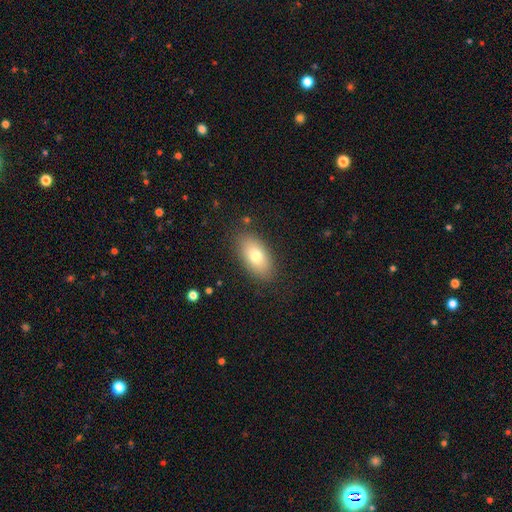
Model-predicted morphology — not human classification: smooth 76%, featured or disk 16%, star or artifact 8%. Down the decision tree: how rounded — in between (91%); merging — none (85%).